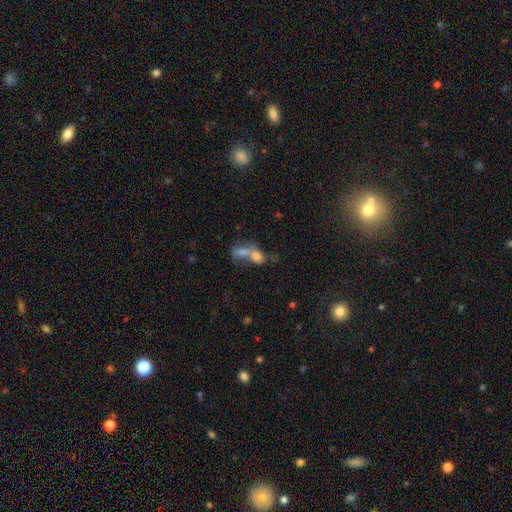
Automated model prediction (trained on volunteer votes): Overall: smooth (68%). How rounded: in between (65%; round 28%). Merging: merger (73%).